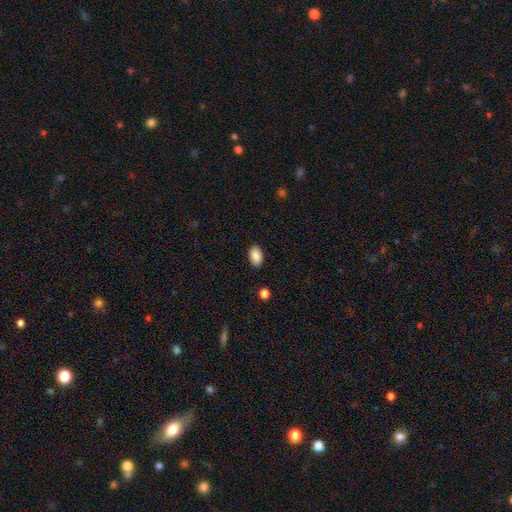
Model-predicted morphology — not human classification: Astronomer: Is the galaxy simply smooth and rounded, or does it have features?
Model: smooth — 88%.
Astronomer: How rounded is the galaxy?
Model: in between — 92%.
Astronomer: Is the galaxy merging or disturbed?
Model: none — 88%.